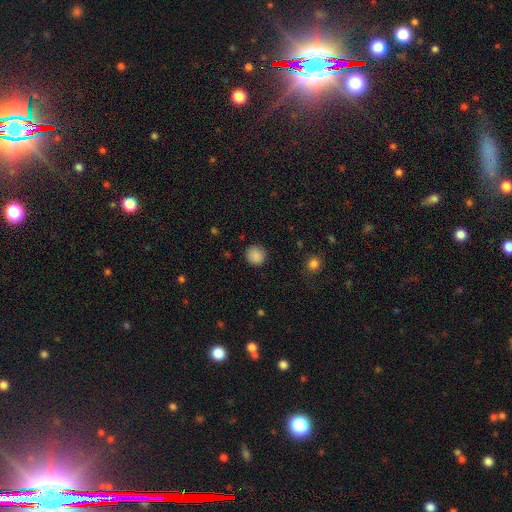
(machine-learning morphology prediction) type=smooth (87%); roundness=round (92%); merging=none (89%).